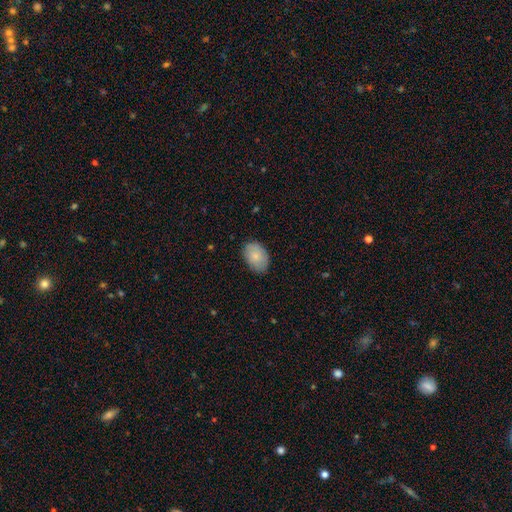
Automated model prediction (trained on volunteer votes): The model was most divided on "smooth or featured": smooth: 81%, featured or disk: 13%, star or artifact: 6%. More confident: how rounded — in between (84%); merging — none (82%).